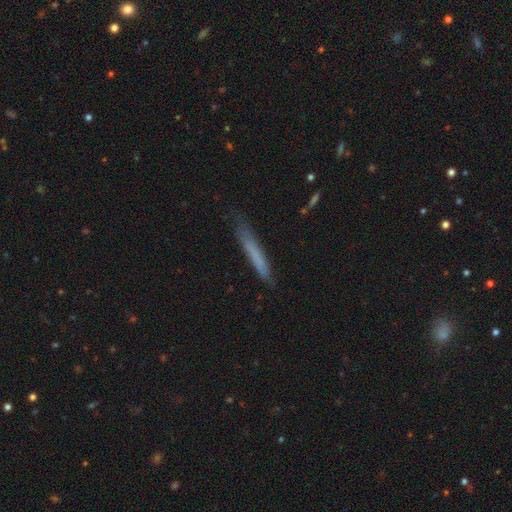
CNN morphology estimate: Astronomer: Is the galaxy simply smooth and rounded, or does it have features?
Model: smooth — 65%.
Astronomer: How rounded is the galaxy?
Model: cigar-shaped — 95%.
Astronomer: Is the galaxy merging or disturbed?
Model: none — 76%.